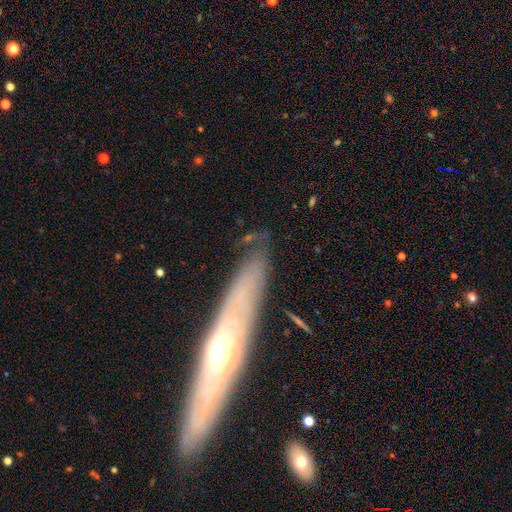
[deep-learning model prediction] featured or disk 65%, smooth 26%, star or artifact 9%. Down the decision tree: edge-on disk — yes (64%); merging — none (82%).